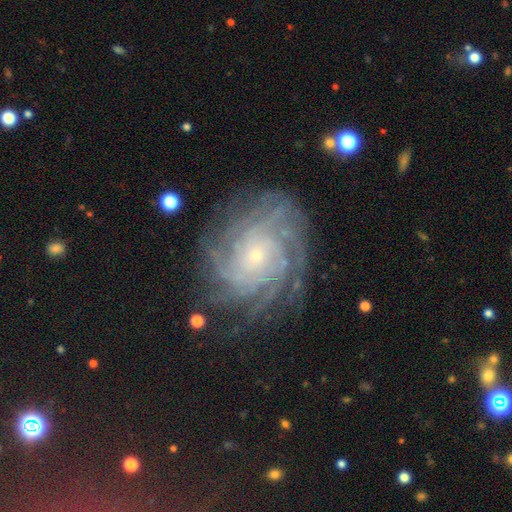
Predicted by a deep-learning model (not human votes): Morphology: type=featured or disk (89%); edge-on=no (97%); bar=no (77%); spiral arms=yes (98%); winding=tight (76%); arm count=more than 4 (34%); bulge=small (85%); merging=none (79%).